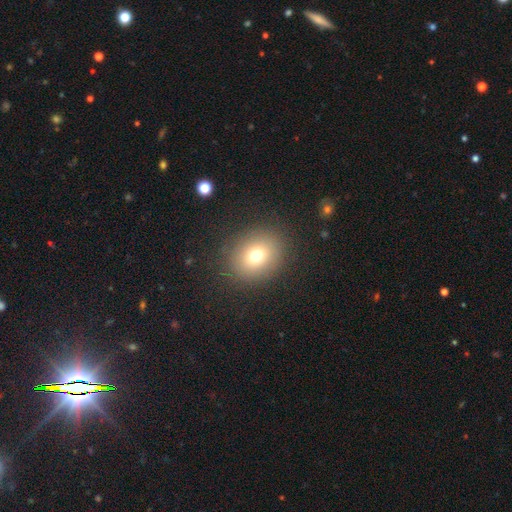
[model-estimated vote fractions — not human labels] Smooth or featured?
  - smooth: 72% *
  - star or artifact: 16%
  - featured or disk: 12%
How rounded?
  - round: 68% *
  - in between: 31%
  - cigar-shaped: 1%
Merging?
  - none: 87% *
  - minor disturbance: 7%
  - major disturbance: 4%
  - merger: 1%